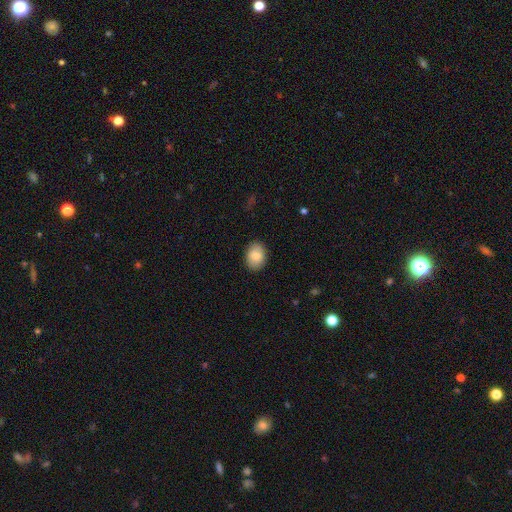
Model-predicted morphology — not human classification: Smooth or featured? Predicted: smooth (p=0.83). How rounded? Predicted: in between (p=0.75). Merging? Predicted: none (p=0.89).